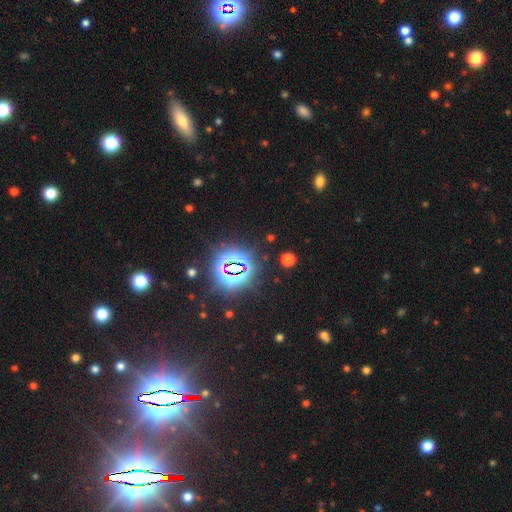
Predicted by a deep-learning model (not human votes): star or artifact 81%, smooth 10%, featured or disk 9%.